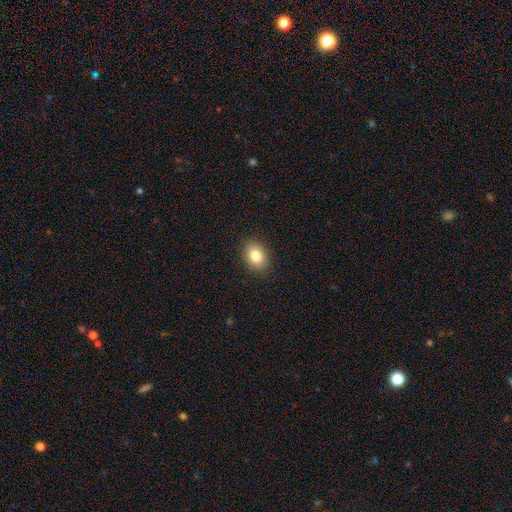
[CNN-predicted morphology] smooth-or-featured: smooth: 83% | star or artifact: 9% | featured or disk: 8%
  how-rounded: in between: 67% | round: 32% | cigar-shaped: 1%
  merging: none: 89% | minor disturbance: 8% | major disturbance: 2% | merger: 1%